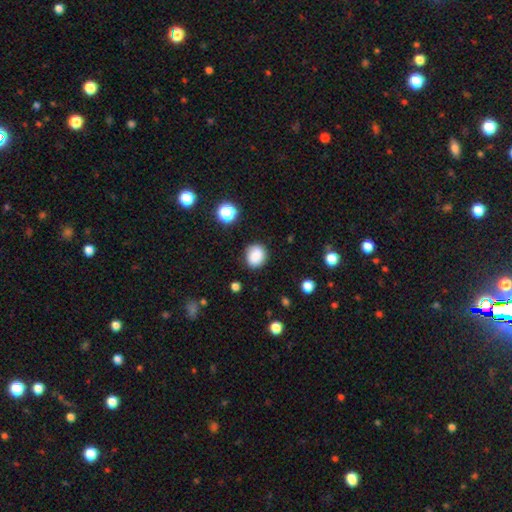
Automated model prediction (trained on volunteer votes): Overall: smooth (86%). How rounded: round (72%). Merging: none (84%).